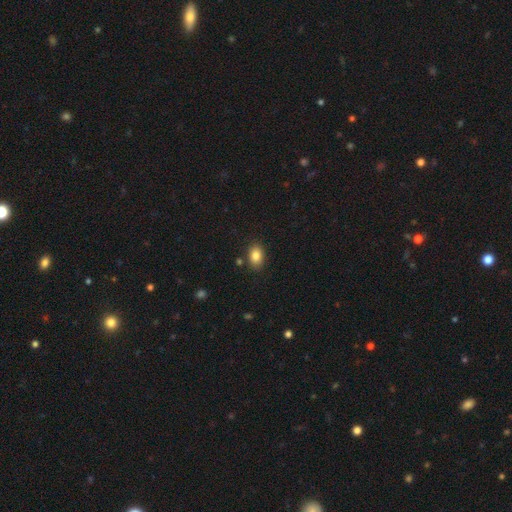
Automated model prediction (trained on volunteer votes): A smooth galaxy with no disk features (85%) that is in between round and cigar-shaped (83%). Merging: none (85%).